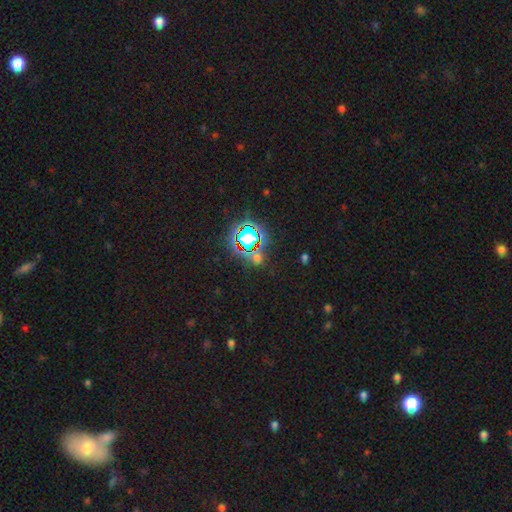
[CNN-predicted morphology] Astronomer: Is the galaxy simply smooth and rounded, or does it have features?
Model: star or artifact — 75%.